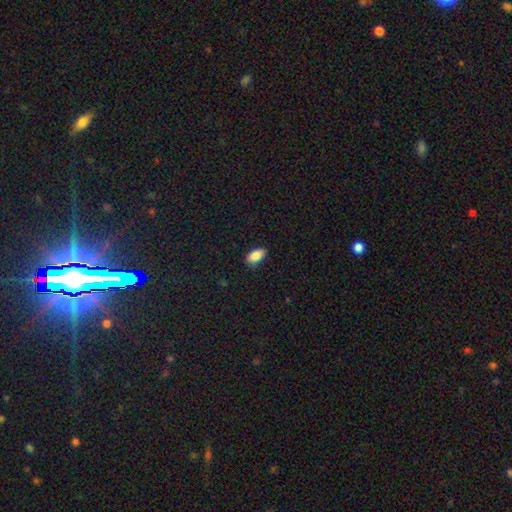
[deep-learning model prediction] Overall: smooth (85%). How rounded: in between (92%). Merging: none (84%).